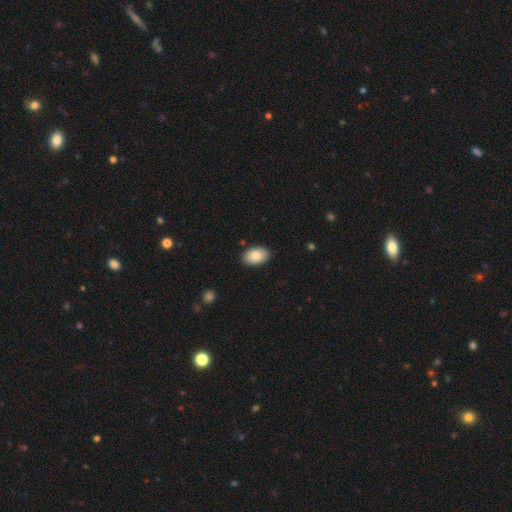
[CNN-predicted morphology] smooth-or-featured: smooth: 84% | featured or disk: 9% | star or artifact: 6%
  how-rounded: in between: 91% | round: 8% | cigar-shaped: 1%
  merging: none: 89% | minor disturbance: 9% | major disturbance: 2% | merger: 1%